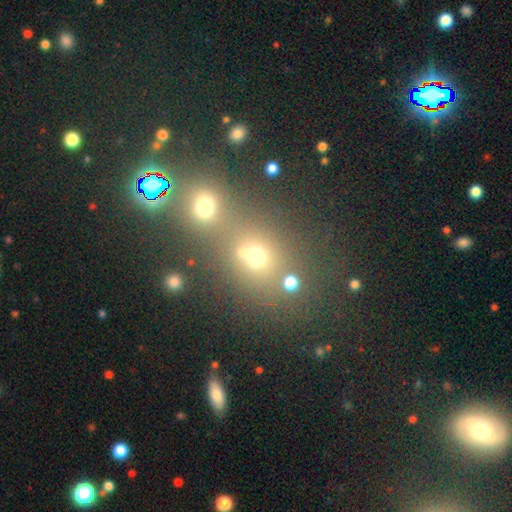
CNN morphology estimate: smooth-or-featured: smooth: 49% | star or artifact: 39% | featured or disk: 13%
  merging: none: 49% | merger: 39% | minor disturbance: 8% | major disturbance: 5%